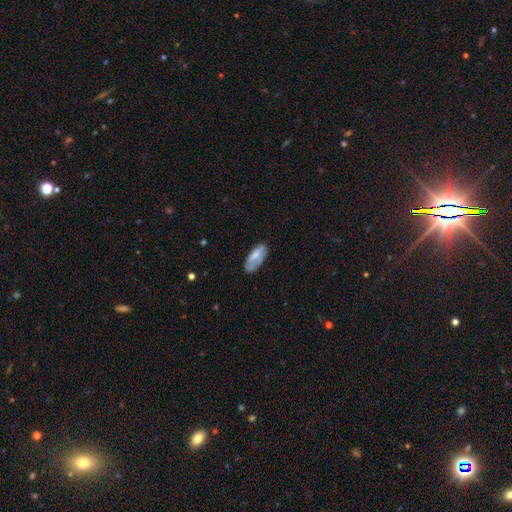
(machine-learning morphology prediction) Smooth or featured? Predicted: smooth (p=0.67). How rounded? Predicted: in between (p=0.80). Merging? Predicted: none (p=0.62).